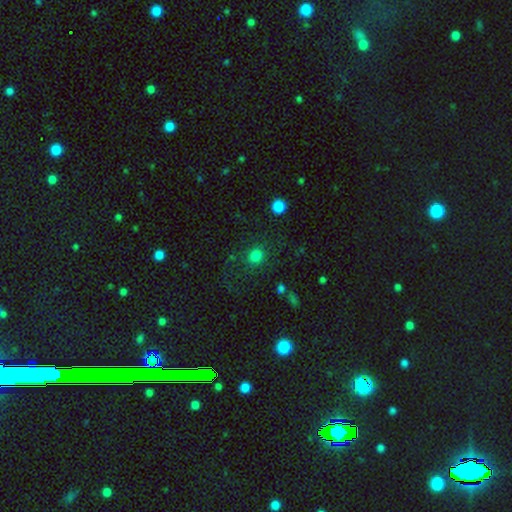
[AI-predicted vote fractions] smooth_or_featured: smooth (p=0.79) [alt: star or artifact p=0.13]
how_rounded: round (p=0.80) [alt: in between p=0.19]
merging: none (p=0.78) [alt: minor disturbance p=0.11]